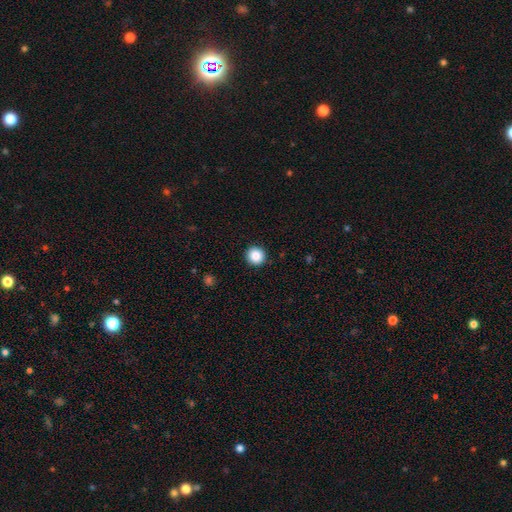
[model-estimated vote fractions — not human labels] Morphology: type=smooth (87%); roundness=round (94%); merging=none (93%).